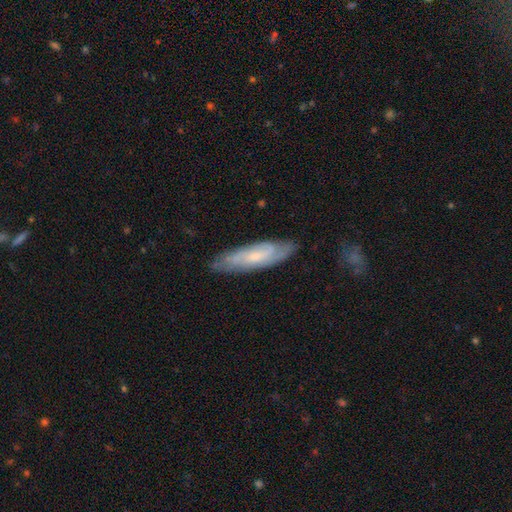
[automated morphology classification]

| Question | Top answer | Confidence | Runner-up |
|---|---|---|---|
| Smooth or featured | featured or disk | 62% | smooth (32%) |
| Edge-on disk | no | 72% | yes (28%) |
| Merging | none | 79% | minor disturbance (16%) |